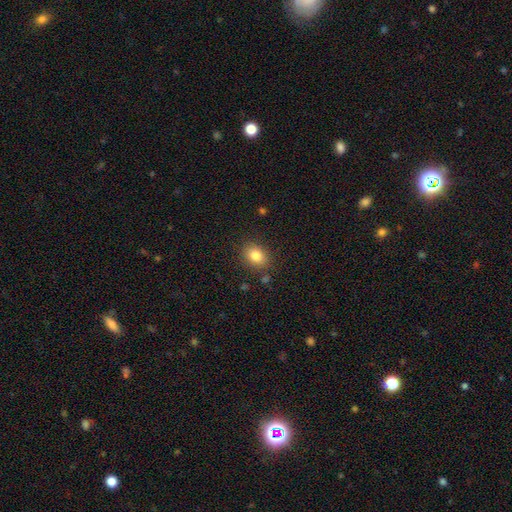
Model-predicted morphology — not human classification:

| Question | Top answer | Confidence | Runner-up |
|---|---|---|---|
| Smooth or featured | smooth | 84% | star or artifact (9%) |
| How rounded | in between | 63% | round (36%) |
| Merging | none | 84% | minor disturbance (11%) |